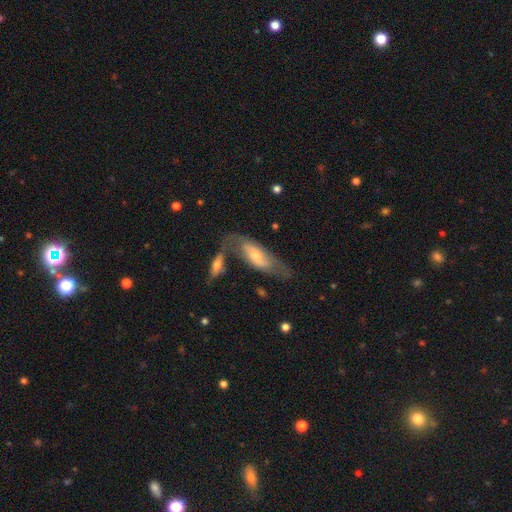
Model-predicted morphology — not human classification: Smooth or featured?
  - featured or disk: 53% *
  - smooth: 41%
  - star or artifact: 6%
Edge-on disk?
  - no: 80% *
  - yes: 20%
Merging?
  - none: 45% *
  - merger: 25%
  - minor disturbance: 19%
  - major disturbance: 11%